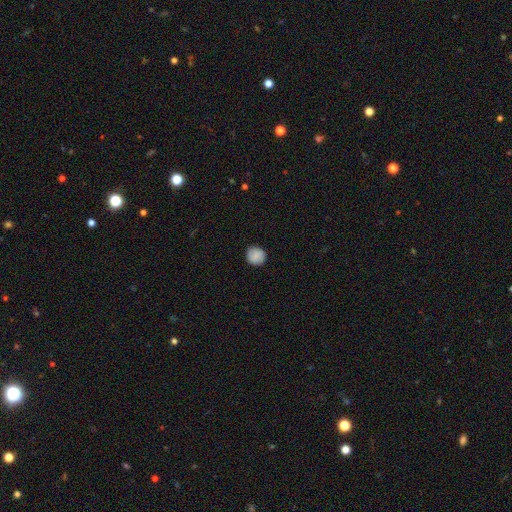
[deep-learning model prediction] Smooth or featured? smooth (87%)
How rounded? round (91%)
Merging? none (89%)